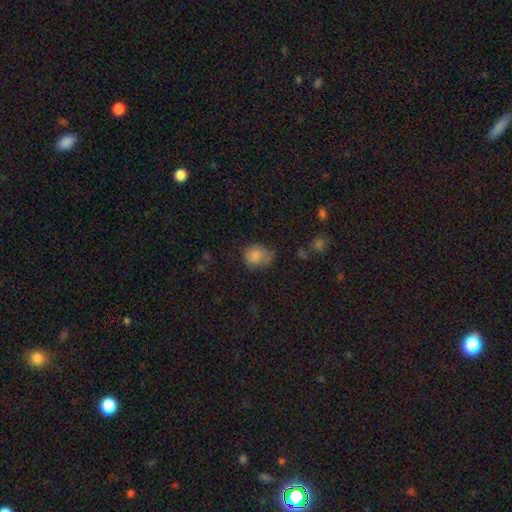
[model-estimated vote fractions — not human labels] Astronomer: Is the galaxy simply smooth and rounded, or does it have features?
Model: smooth — 82%.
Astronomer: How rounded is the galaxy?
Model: round — 69%.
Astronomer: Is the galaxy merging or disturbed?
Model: none — 50% (runner-up: minor disturbance, 34%).